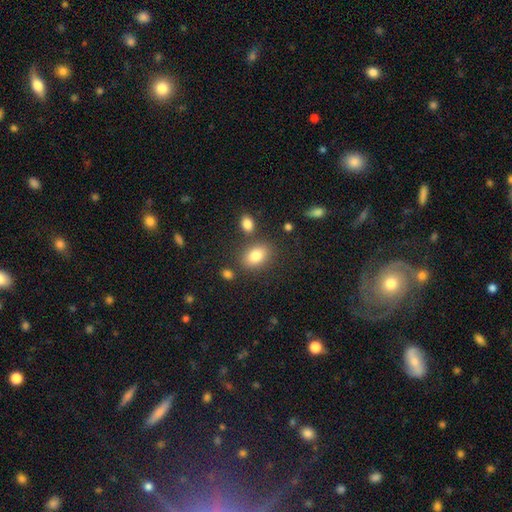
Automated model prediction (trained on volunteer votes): The model was most divided on "how rounded": in between: 77%, round: 22%, cigar-shaped: 1%. More confident: smooth or featured — smooth (82%); merging — none (76%).